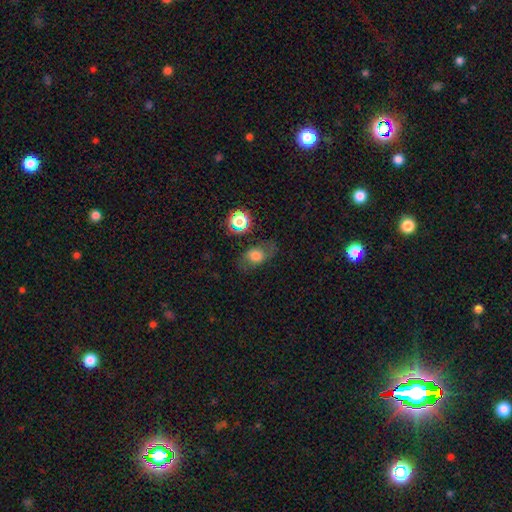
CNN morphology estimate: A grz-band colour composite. It shows a smooth galaxy with no disk features (61%) that is in between round and cigar-shaped (65%). Merging: none (67%).